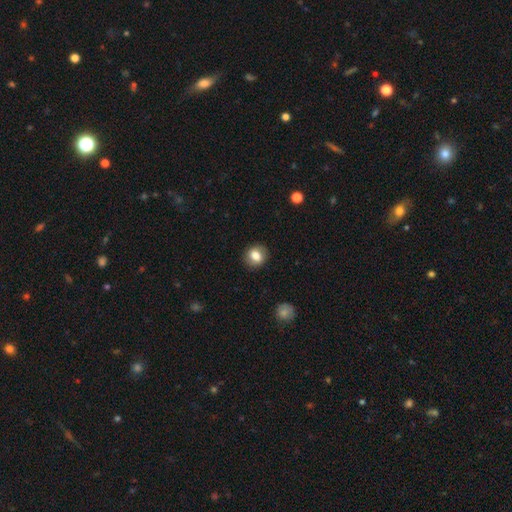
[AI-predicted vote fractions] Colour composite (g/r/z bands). It shows a smooth galaxy with no disk features (80%) that is round (71%). Merging: none (86%).